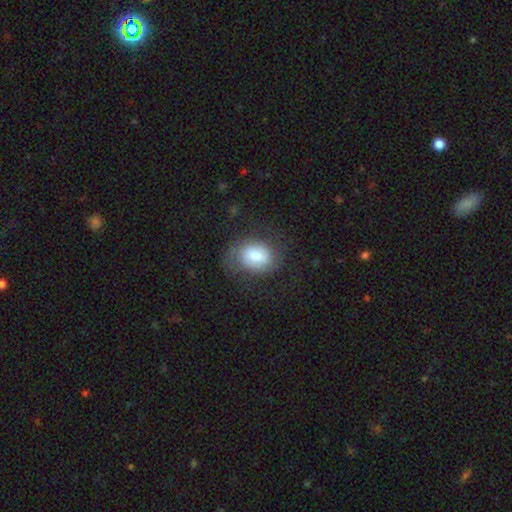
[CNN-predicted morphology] Smooth or featured? smooth (69%)
How rounded? in between (51%)
Merging? none (63%)